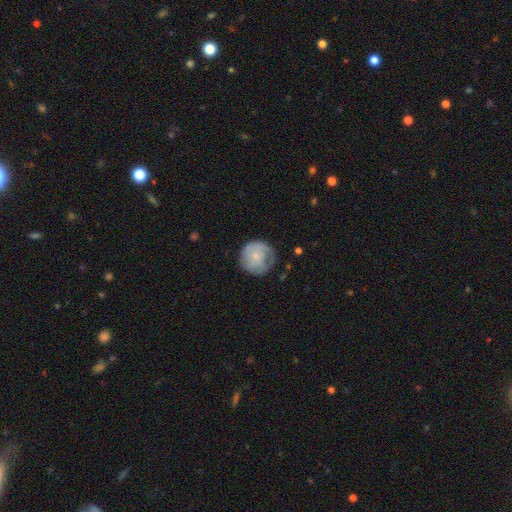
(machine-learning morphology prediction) type=smooth (67%); roundness=round (93%); merging=none (63%).